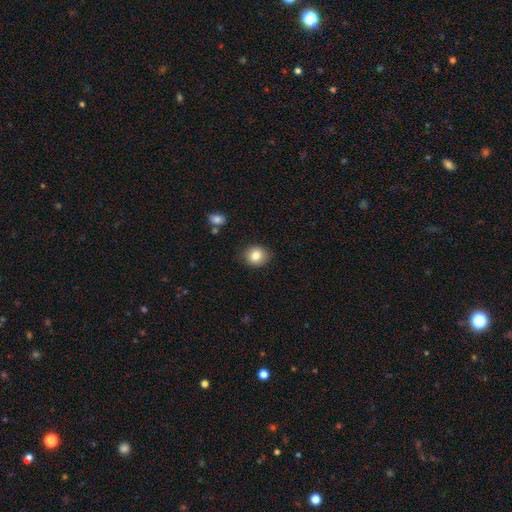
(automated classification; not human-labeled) This appears to be a smooth galaxy with no disk features (83%) that is round (74%). Merging: none (86%).